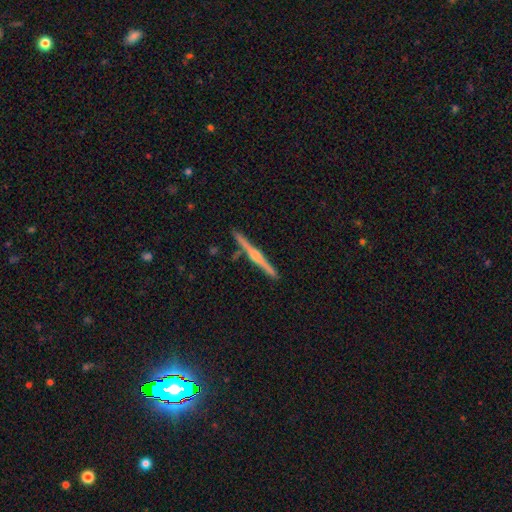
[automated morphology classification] This appears to be a featured or disk galaxy (78%) viewed edge-on (99%) with a rounded central bulge (84%). Merging: none (89%).